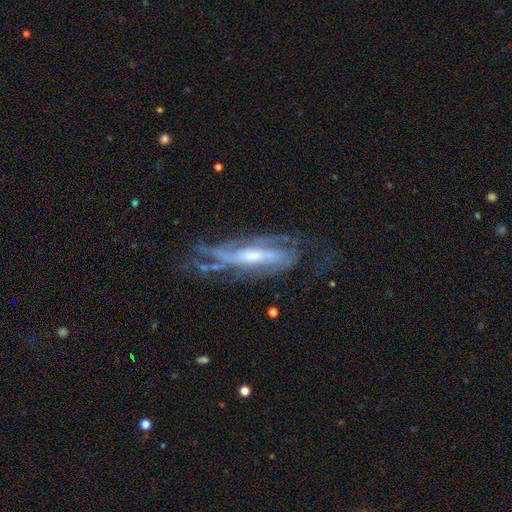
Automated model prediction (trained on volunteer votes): The model was most divided on "spiral winding": tight: 43%, medium: 40%, loose: 17%. Remaining: spiral arms — yes (93%); smooth or featured — featured or disk (85%); edge-on disk — no (77%); merging — none (59%); bulge size — moderate (49%); bar — no (37%); spiral arm count — 2 (37%).